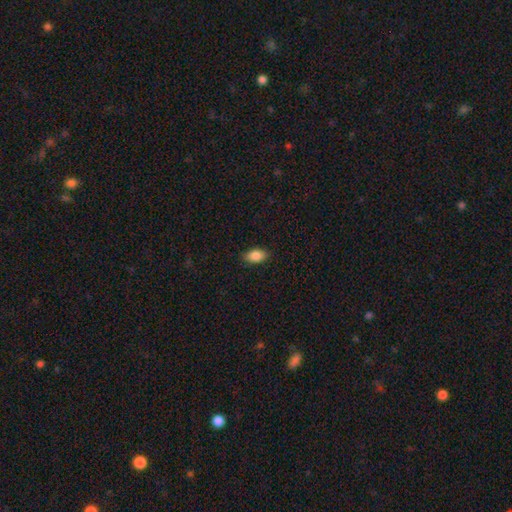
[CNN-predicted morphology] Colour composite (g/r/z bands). It shows a smooth galaxy with no disk features (86%) that is in between round and cigar-shaped (90%). Merging: none (87%).